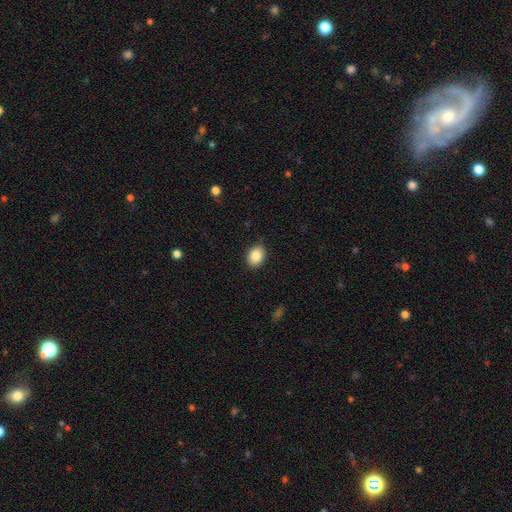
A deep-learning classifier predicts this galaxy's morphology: smooth 86%, star or artifact 8%, featured or disk 6%. Down the decision tree: how rounded — in between (69%); merging — none (88%).